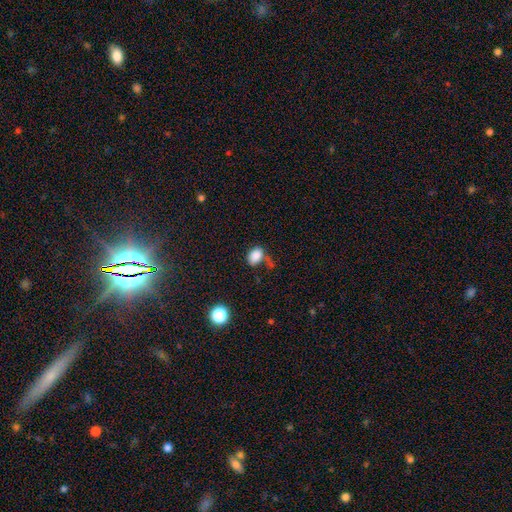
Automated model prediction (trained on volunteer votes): Smooth or featured? Predicted: smooth (p=0.85). How rounded? Predicted: in between (p=0.75). Merging? Predicted: none (p=0.51).